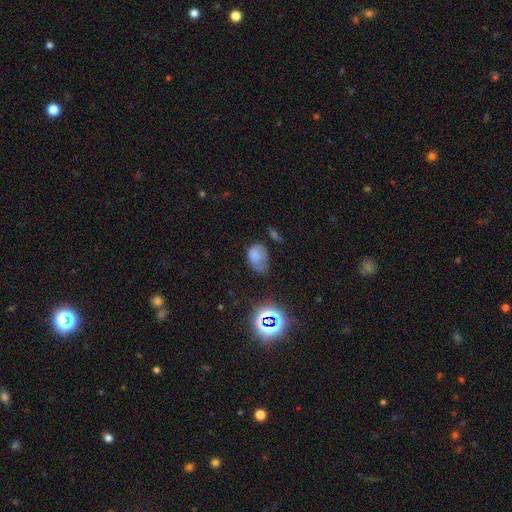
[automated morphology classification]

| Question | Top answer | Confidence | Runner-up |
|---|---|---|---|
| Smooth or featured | smooth | 67% | star or artifact (18%) |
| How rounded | in between | 77% | round (21%) |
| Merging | minor disturbance | 39% | none (30%) |